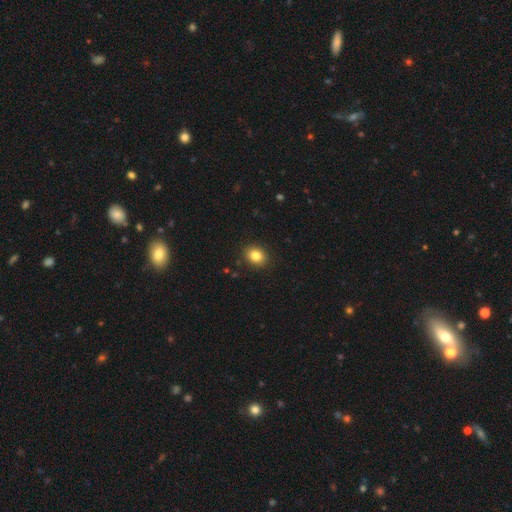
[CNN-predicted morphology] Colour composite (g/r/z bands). It shows a smooth galaxy with no disk features (83%) that is round (50%). Merging: none (90%).